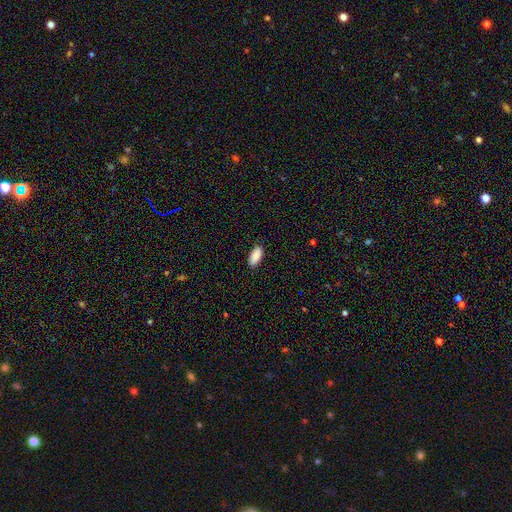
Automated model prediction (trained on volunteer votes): Smooth or featured? Predicted: smooth (p=0.89). How rounded? Predicted: in between (p=0.89). Merging? Predicted: none (p=0.86).